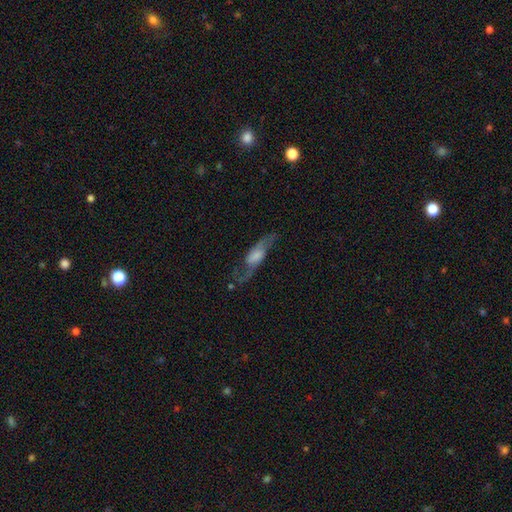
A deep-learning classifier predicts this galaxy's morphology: This is likely a featured or disk galaxy (63%). It is likely not viewed edge-on (78%). Merging: possibly none (58%).